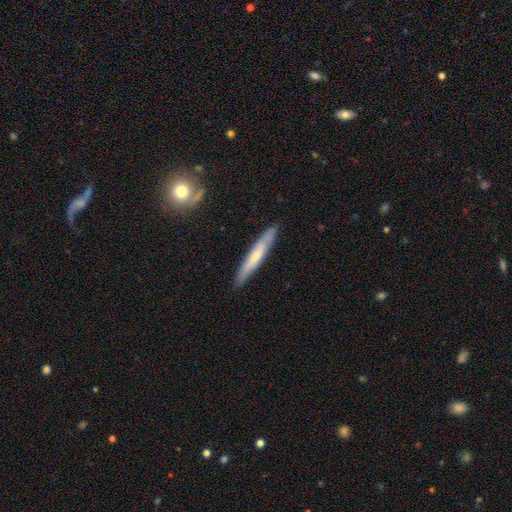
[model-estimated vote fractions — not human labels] smooth_or_featured: smooth (p=0.52) [alt: featured or disk p=0.42]
how_rounded: cigar-shaped (p=0.94) [alt: in between p=0.05]
merging: none (p=0.87) [alt: minor disturbance p=0.10]